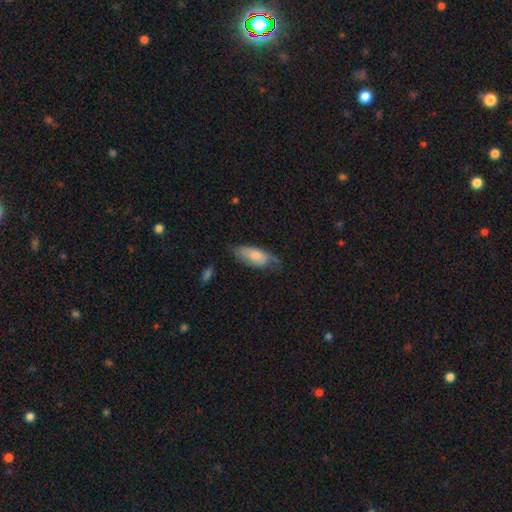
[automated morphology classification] A smooth galaxy with no disk features (62%) that is in between round and cigar-shaped (86%). Merging: none (45%).